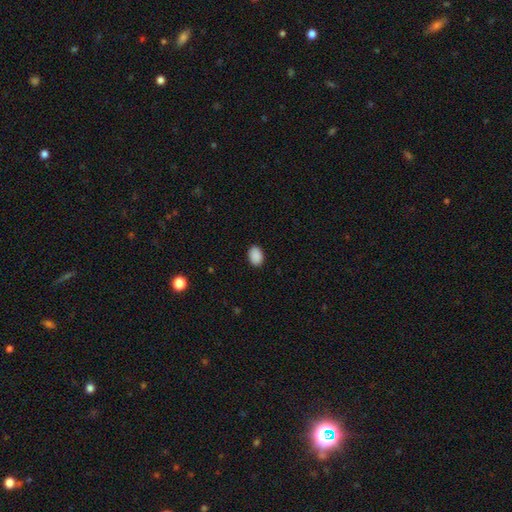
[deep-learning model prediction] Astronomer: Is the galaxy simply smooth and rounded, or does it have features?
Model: smooth — 90%.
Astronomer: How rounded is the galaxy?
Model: in between — 82%.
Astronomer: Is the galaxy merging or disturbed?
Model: none — 89%.